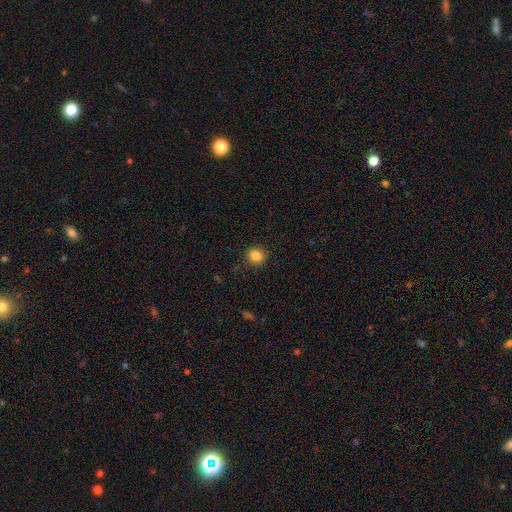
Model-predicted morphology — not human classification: A smooth galaxy with no disk features (84%) that is round (80%).

Vote fractions:
- Smooth or featured? smooth: 84% / star or artifact: 11% / featured or disk: 5%
- How rounded? round: 80% / in between: 19% / cigar-shaped: 1%
- Merging? none: 88% / minor disturbance: 9% / major disturbance: 2% / merger: 1%